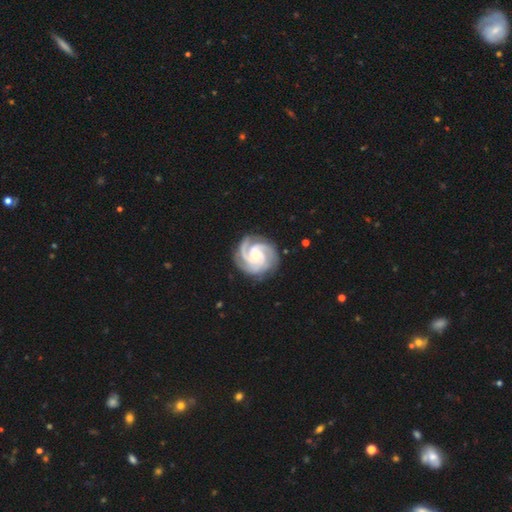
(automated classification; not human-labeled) A featured or disk galaxy (93%) with no bar (67%), 3 (61%) tight (70%) spiral arms (99%) and a small central bulge (56%). Merging: none (81%).